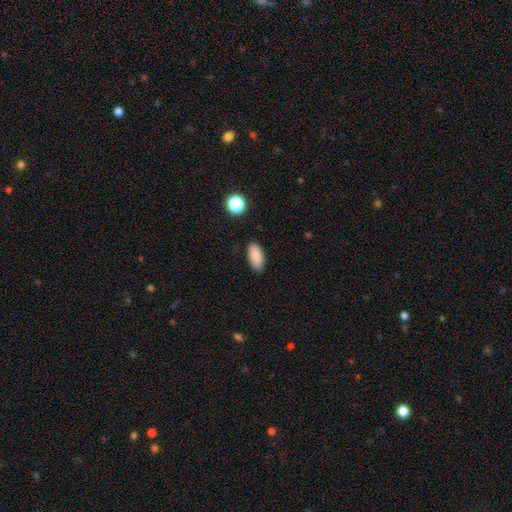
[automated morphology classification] The model was most divided on "merging": none: 86%, minor disturbance: 10%, major disturbance: 2%, merger: 2%. More confident: how rounded — in between (90%); smooth or featured — smooth (87%).